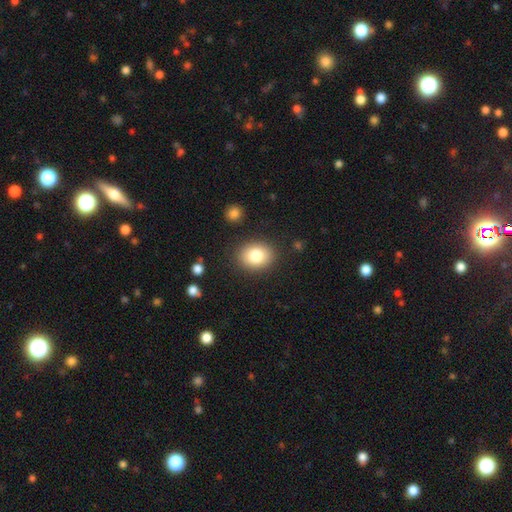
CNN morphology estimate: Smooth or featured?
  - smooth: 82% *
  - featured or disk: 9%
  - star or artifact: 9%
How rounded?
  - round: 51% *
  - in between: 48%
  - cigar-shaped: 1%
Merging?
  - none: 87% *
  - minor disturbance: 9%
  - major disturbance: 3%
  - merger: 2%